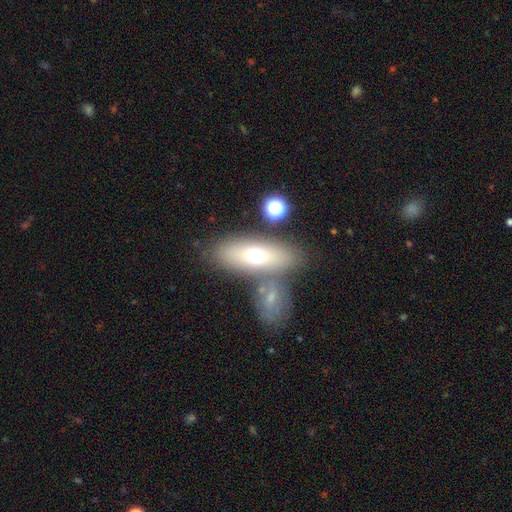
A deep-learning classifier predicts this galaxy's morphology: smooth_or_featured: smooth (p=0.64) [alt: featured or disk p=0.27]
how_rounded: in between (p=0.72) [alt: cigar-shaped p=0.22]
merging: none (p=0.64) [alt: merger p=0.20]